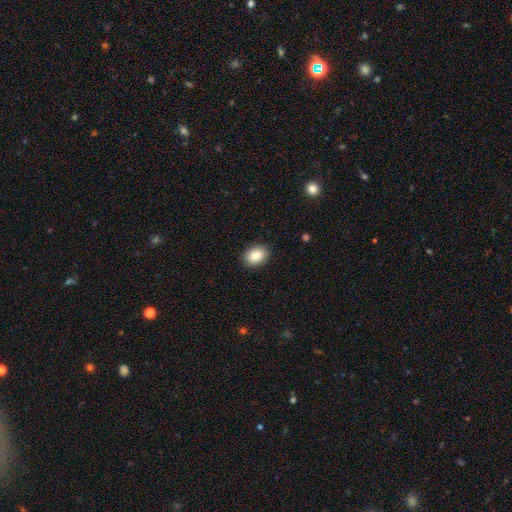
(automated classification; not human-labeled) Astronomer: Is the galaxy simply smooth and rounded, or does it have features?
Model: smooth — 87%.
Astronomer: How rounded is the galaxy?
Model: in between — 76%.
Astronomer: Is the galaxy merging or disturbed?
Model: none — 89%.